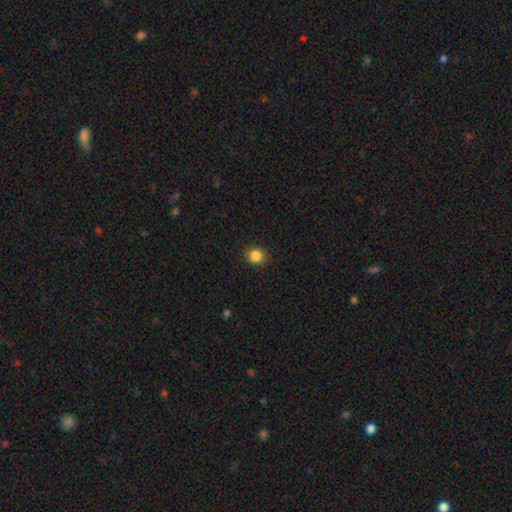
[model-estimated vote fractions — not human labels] Smooth or featured?
  - smooth: 85% *
  - star or artifact: 11%
  - featured or disk: 4%
How rounded?
  - round: 88% *
  - in between: 11%
  - cigar-shaped: 1%
Merging?
  - none: 91% *
  - minor disturbance: 6%
  - major disturbance: 2%
  - merger: 1%